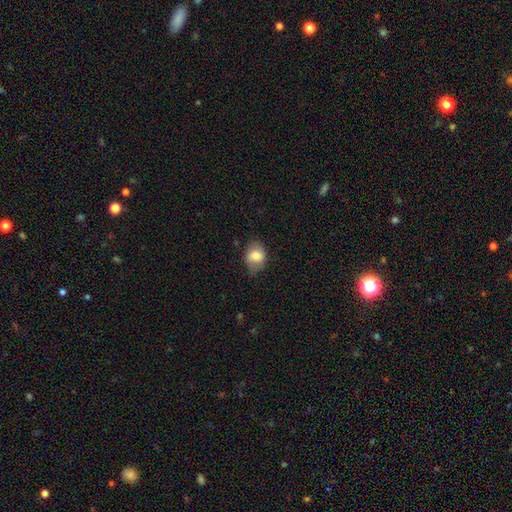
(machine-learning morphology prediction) Smooth or featured? smooth (76%)
How rounded? in between (62%)
Merging? none (67%)